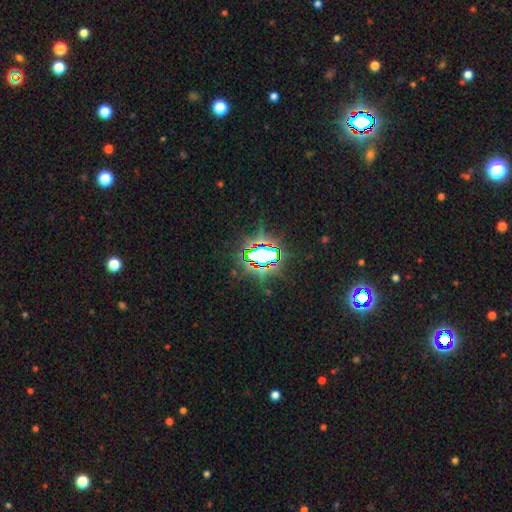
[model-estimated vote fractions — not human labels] Overall: star or artifact (85%).